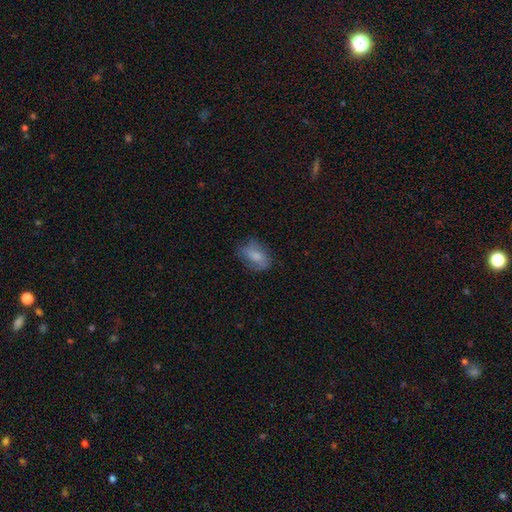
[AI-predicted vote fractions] smooth 67%, featured or disk 25%, star or artifact 8%. Down the decision tree: how rounded — in between (83%); merging — none (65%).